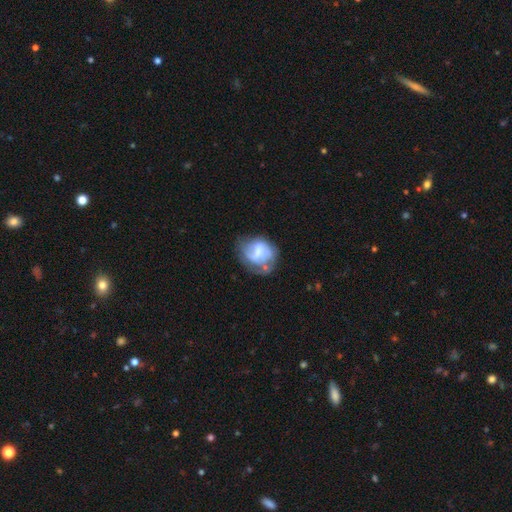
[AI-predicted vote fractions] Smooth or featured? Predicted: featured or disk (p=0.57). Edge-on disk? Predicted: no (p=0.97). Bar? Predicted: weak (p=0.49). Spiral arms? Predicted: yes (p=0.64). Bulge size? Predicted: small (p=0.35). Merging? Predicted: none (p=0.43).